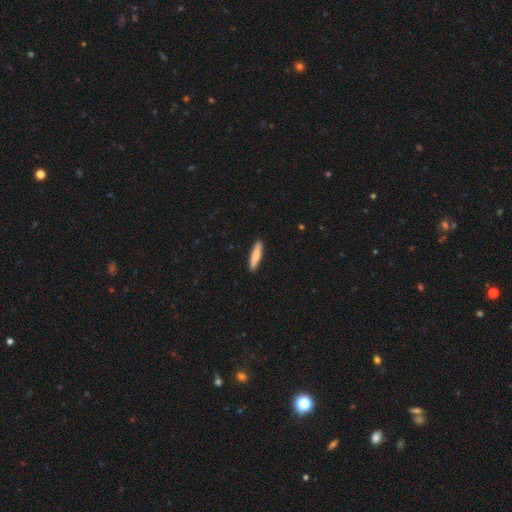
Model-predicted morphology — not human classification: The model was most divided on "smooth or featured": smooth: 77%, featured or disk: 18%, star or artifact: 5%. More confident: merging — none (91%); how rounded — cigar-shaped (86%).